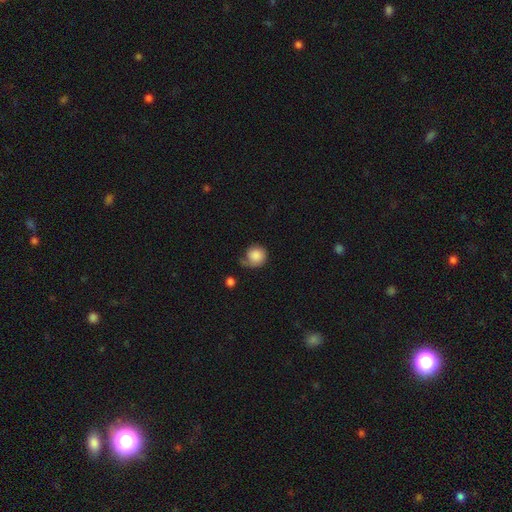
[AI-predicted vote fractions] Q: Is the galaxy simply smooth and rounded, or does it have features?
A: smooth — 81%.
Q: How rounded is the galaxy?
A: round — 86%.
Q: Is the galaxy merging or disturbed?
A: none — 42%.